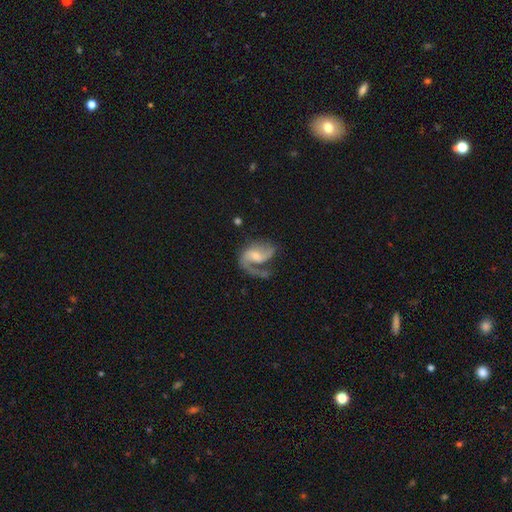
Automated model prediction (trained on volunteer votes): A featured or disk galaxy (83%) with no bar (48%), 2 (61%) loose (45%) spiral arms (94%) and a small central bulge (49%).

Vote fractions:
- Smooth or featured? featured or disk: 83% / smooth: 11% / star or artifact: 5%
- Edge-on disk? no: 98% / yes: 2%
- Bar? no: 48% / weak: 42% / strong: 11%
- Spiral arms? yes: 94% / no: 6%
- Spiral winding? loose: 45% / medium: 43% / tight: 12%
- Spiral arm count? 2: 61% / 1: 32% / can't tell: 4% / 3: 2% / 4: 1% / more than 4: 1%
- Bulge size? small: 49% / moderate: 38% / none: 8% / large: 4% / dominant: 1%
- Merging? none: 41% / major disturbance: 33% / minor disturbance: 21% / merger: 5%